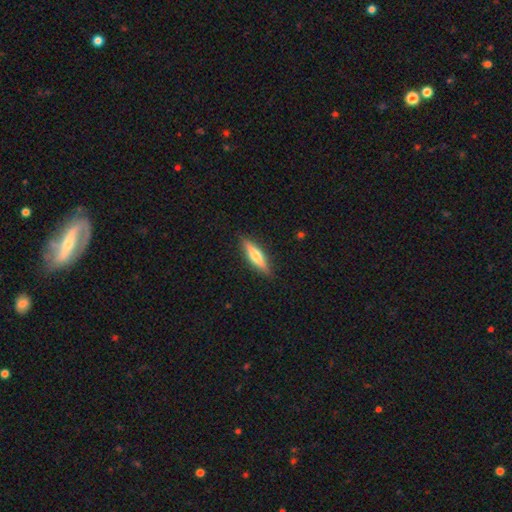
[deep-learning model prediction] Q: Smooth or featured?
A: smooth (51%); runner-up: featured or disk (44%)
Q: How rounded?
A: cigar-shaped (77%); runner-up: in between (21%)
Q: Merging?
A: none (89%); runner-up: minor disturbance (8%)